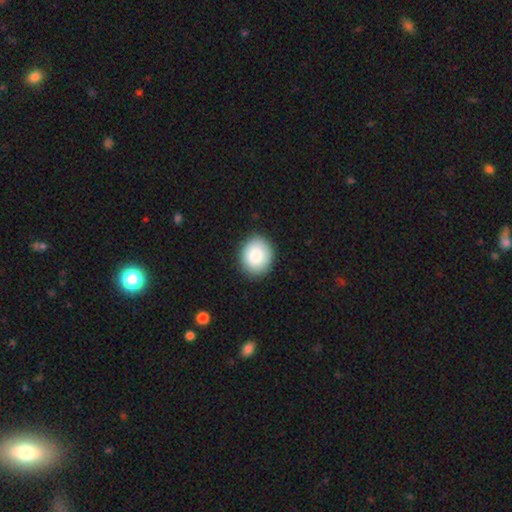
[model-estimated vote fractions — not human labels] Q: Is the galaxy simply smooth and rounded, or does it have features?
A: smooth — 84%.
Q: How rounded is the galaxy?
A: round — 71%.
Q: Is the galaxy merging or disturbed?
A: none — 89%.